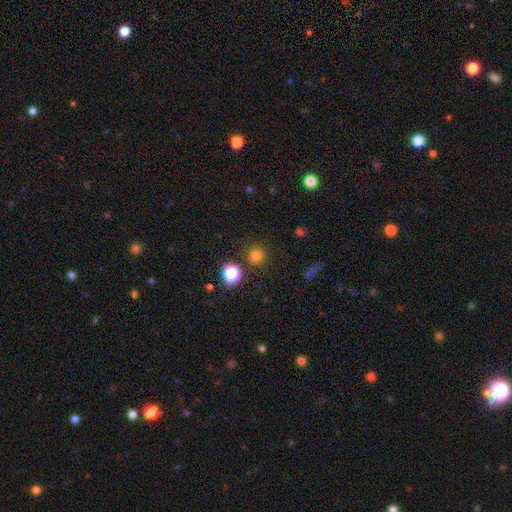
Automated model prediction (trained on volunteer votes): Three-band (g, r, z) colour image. It shows a smooth galaxy with no disk features (75%) that is round (95%). Merging: none (87%).